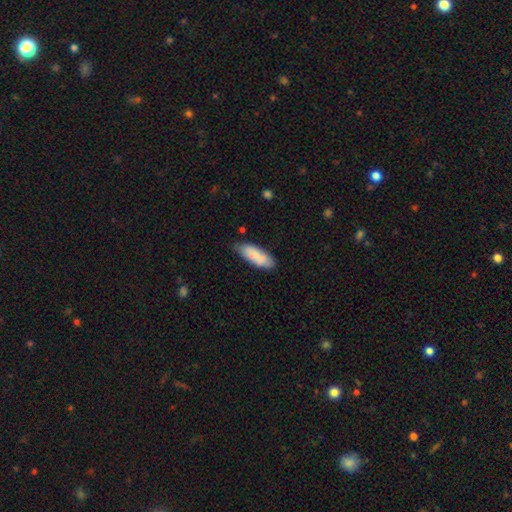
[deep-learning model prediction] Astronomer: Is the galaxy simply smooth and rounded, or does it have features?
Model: smooth — 78%.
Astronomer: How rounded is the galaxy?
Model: in between — 74%.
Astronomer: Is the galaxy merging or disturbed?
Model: none — 68%.